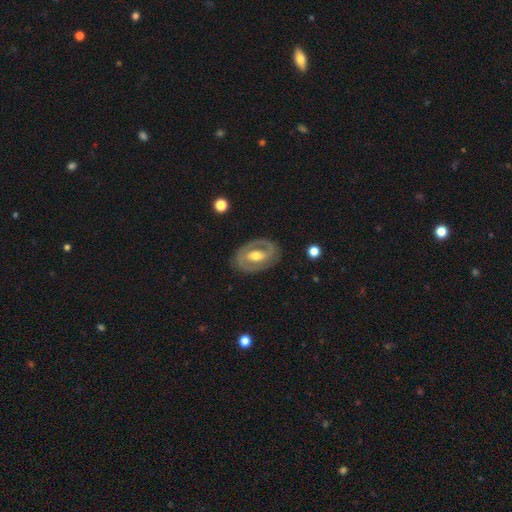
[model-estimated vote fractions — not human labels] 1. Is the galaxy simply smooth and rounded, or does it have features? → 75% featured or disk, 20% smooth, 5% star or artifact.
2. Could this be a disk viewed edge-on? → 94% no, 6% yes.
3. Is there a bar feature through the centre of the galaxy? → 38% weak, 32% no, 30% strong.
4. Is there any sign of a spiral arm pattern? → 57% yes, 43% no.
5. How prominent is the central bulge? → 72% moderate, 14% small, 11% large, 1% none, 1% dominant.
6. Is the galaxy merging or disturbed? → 81% none, 12% minor disturbance, 5% major disturbance, 1% merger.